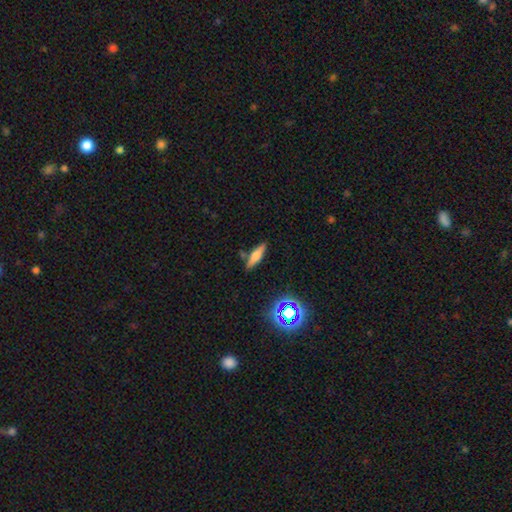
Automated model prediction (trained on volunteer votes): Smooth or featured?
  - smooth: 56% *
  - featured or disk: 32%
  - star or artifact: 13%
How rounded?
  - cigar-shaped: 64% *
  - in between: 33%
  - round: 3%
Merging?
  - none: 80% *
  - minor disturbance: 12%
  - merger: 5%
  - major disturbance: 3%